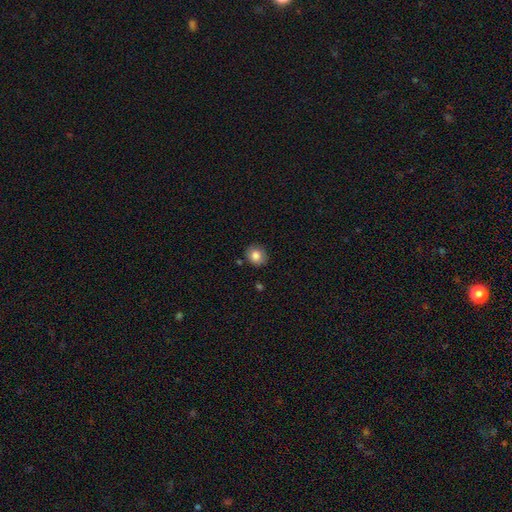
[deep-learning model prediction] smooth_or_featured: smooth (p=0.82) [alt: star or artifact p=0.09]
how_rounded: round (p=0.76) [alt: in between p=0.24]
merging: none (p=0.85) [alt: minor disturbance p=0.10]